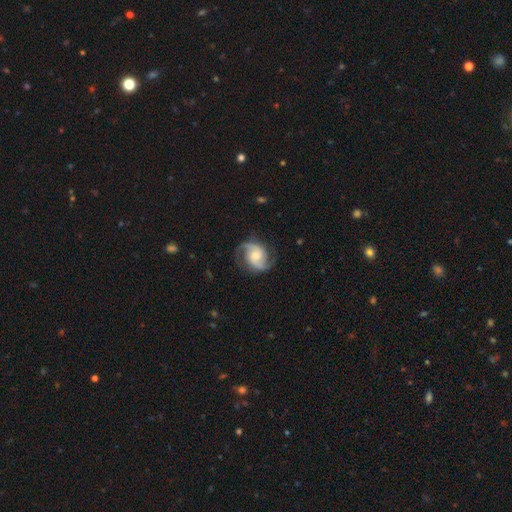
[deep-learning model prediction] Smooth or featured? Predicted: featured or disk (p=0.89). Edge-on disk? Predicted: no (p=0.98). Bar? Predicted: no (p=0.55). Spiral arms? Predicted: yes (p=0.98). Spiral winding? Predicted: medium (p=0.55). Spiral arm count? Predicted: 2 (p=0.90). Bulge size? Predicted: moderate (p=0.48). Merging? Predicted: none (p=0.79).